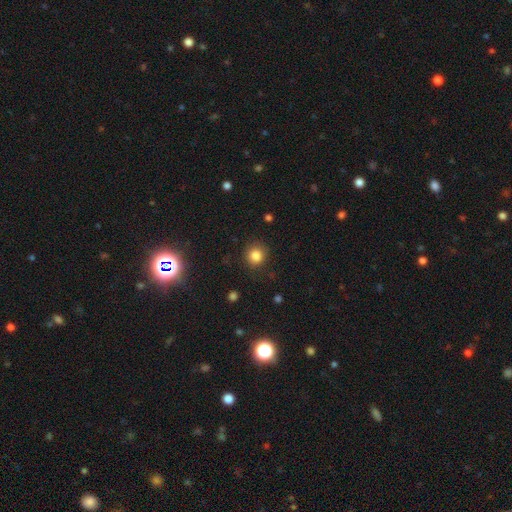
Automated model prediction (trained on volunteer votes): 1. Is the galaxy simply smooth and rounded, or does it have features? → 84% smooth, 11% star or artifact, 5% featured or disk.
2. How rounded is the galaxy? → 89% round, 10% in between, 1% cigar-shaped.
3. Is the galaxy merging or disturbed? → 85% none, 10% minor disturbance, 3% major disturbance, 1% merger.